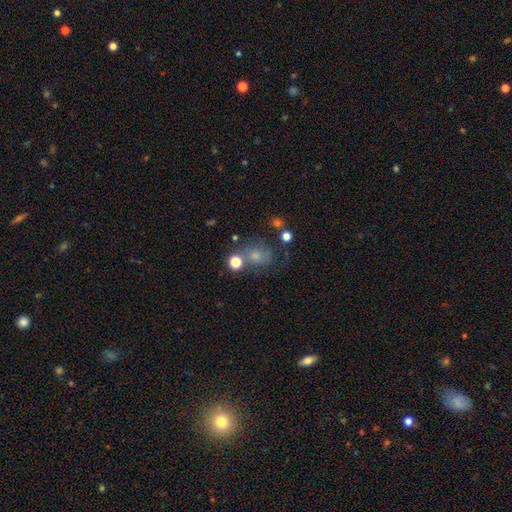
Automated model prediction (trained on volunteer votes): Smooth or featured?
  - smooth: 64% *
  - star or artifact: 20%
  - featured or disk: 17%
How rounded?
  - round: 67% *
  - in between: 31%
  - cigar-shaped: 1%
Merging?
  - none: 55% *
  - minor disturbance: 18%
  - merger: 15%
  - major disturbance: 12%